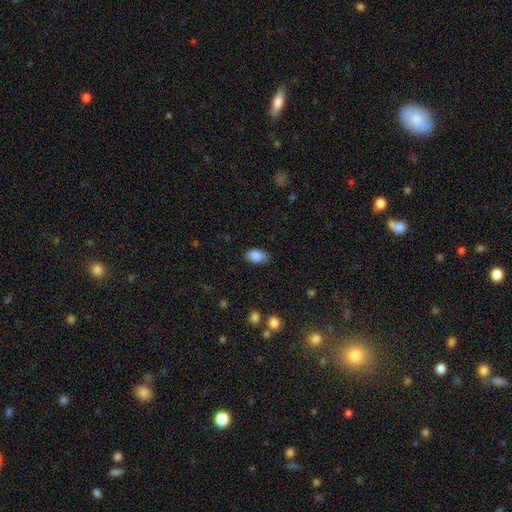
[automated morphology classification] type=smooth (87%); roundness=in between (91%); merging=none (83%).